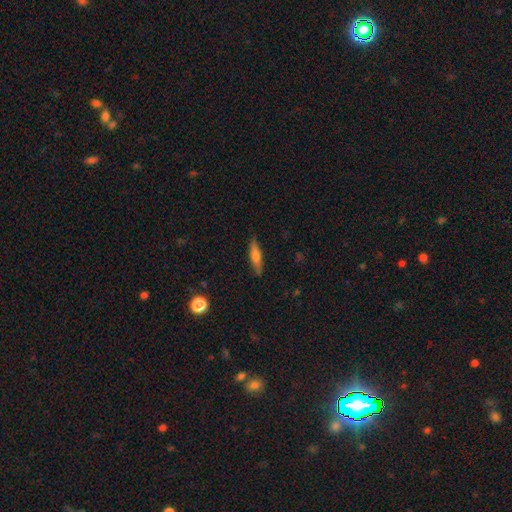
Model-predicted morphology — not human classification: Smooth or featured?
  - smooth: 62% *
  - featured or disk: 31%
  - star or artifact: 7%
How rounded?
  - cigar-shaped: 74% *
  - in between: 24%
  - round: 2%
Merging?
  - none: 86% *
  - minor disturbance: 11%
  - major disturbance: 2%
  - merger: 1%